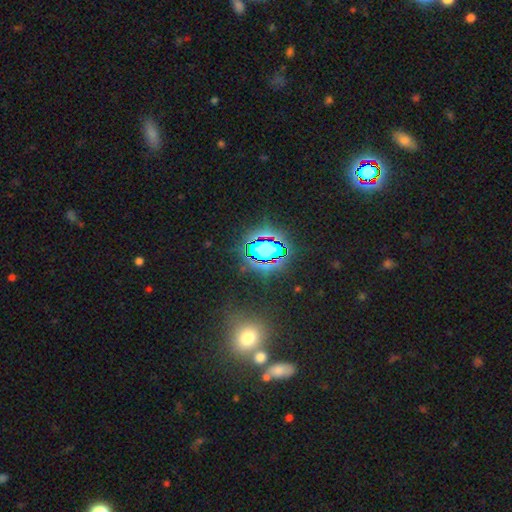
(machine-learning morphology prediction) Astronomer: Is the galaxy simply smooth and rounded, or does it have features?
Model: star or artifact — 70%.